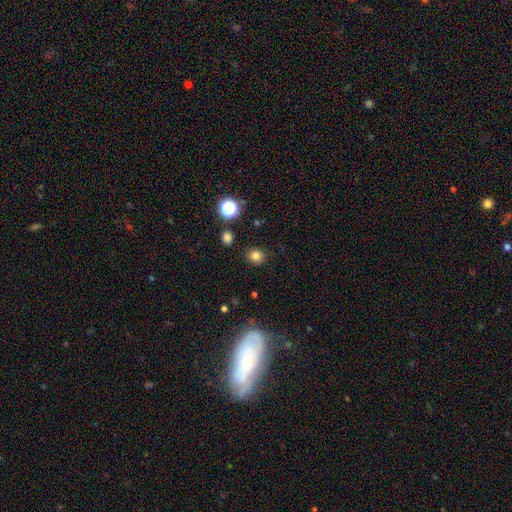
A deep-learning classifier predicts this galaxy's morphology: Smooth or featured: smooth — 80% (star or artifact — 15%)
How rounded: round — 78% (in between — 21%)
Merging: none — 88% (minor disturbance — 7%)